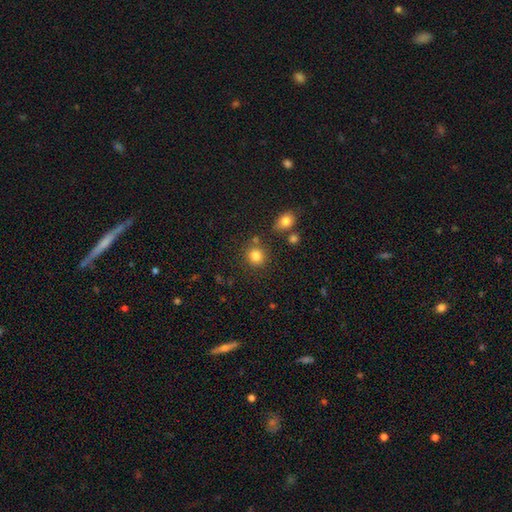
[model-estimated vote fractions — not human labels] Q: Smooth or featured?
A: smooth (82%); runner-up: star or artifact (12%)
Q: How rounded?
A: round (86%); runner-up: in between (13%)
Q: Merging?
A: none (79%); runner-up: minor disturbance (9%)